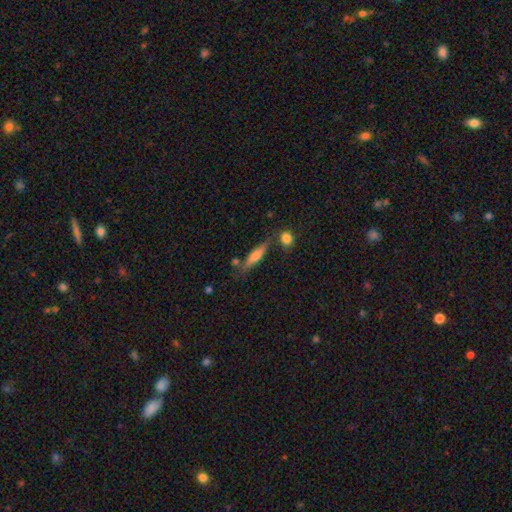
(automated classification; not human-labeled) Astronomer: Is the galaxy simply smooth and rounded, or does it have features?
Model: smooth — 55% (runner-up: featured or disk, 37%).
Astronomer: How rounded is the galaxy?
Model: cigar-shaped — 80%.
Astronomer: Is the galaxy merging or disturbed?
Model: none — 72%.